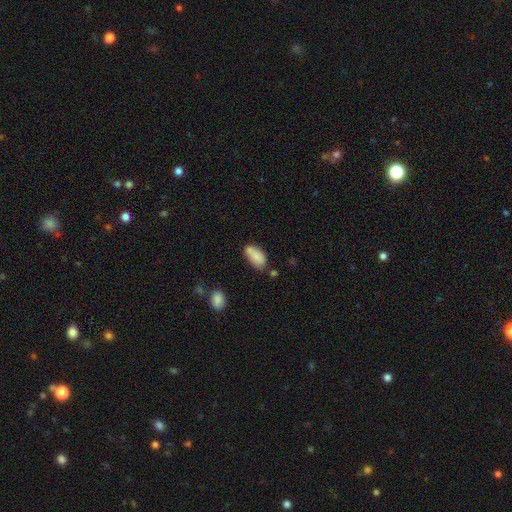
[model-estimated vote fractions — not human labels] smooth_or_featured: smooth (p=0.84) [alt: featured or disk p=0.09]
how_rounded: in between (p=0.91) [alt: cigar-shaped p=0.06]
merging: none (p=0.56) [alt: minor disturbance p=0.26]